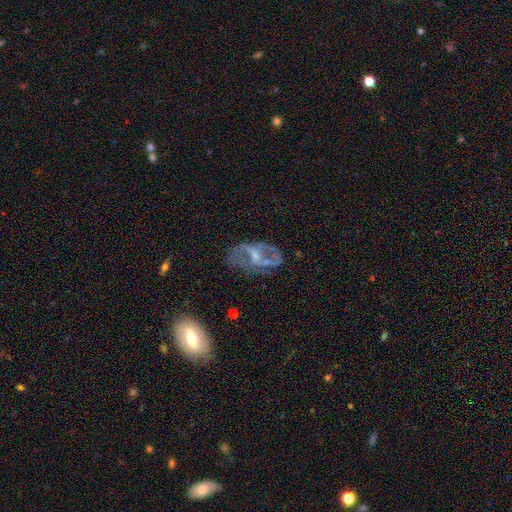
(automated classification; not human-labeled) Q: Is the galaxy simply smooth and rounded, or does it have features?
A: featured or disk — 76%.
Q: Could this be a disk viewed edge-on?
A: no — 94%.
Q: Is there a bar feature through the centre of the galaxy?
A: weak — 43%.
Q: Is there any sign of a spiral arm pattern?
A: yes — 72%.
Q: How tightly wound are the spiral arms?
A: loose — 46%.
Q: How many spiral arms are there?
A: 2 — 75%.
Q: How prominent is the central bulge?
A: small — 54%.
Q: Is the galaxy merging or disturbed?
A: none — 63%.